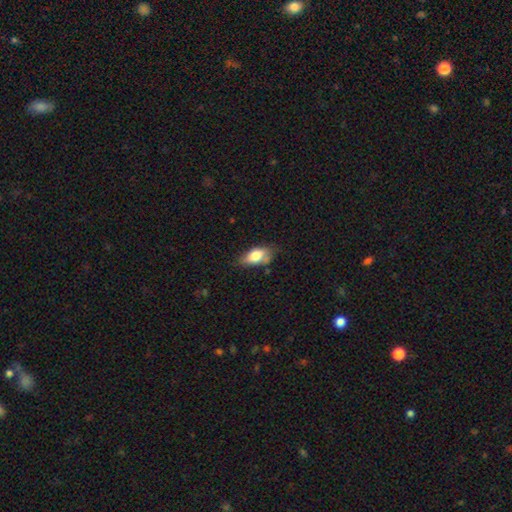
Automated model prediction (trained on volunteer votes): This is likely a smooth galaxy (76%). How rounded: clearly in between (88%). Merging: possibly none (51%).